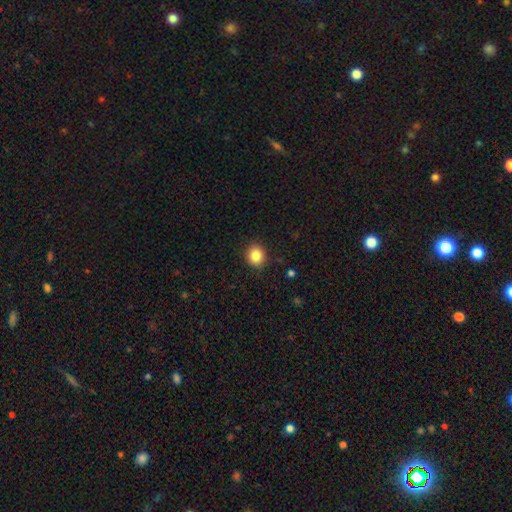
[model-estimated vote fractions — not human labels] This is clearly a smooth galaxy (87%). How rounded: likely round (75%). Merging: clearly none (88%).